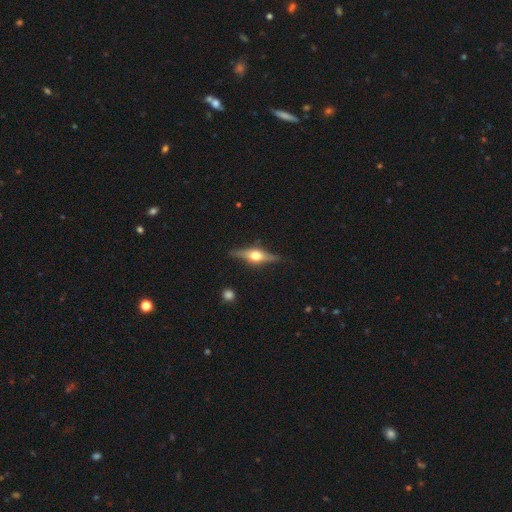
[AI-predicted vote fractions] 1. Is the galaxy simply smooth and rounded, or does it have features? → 71% featured or disk, 22% smooth, 6% star or artifact.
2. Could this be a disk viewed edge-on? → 95% yes, 5% no.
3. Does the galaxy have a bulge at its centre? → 95% rounded, 4% boxy, 1% none.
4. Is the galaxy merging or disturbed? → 85% none, 11% minor disturbance, 3% major disturbance, 1% merger.